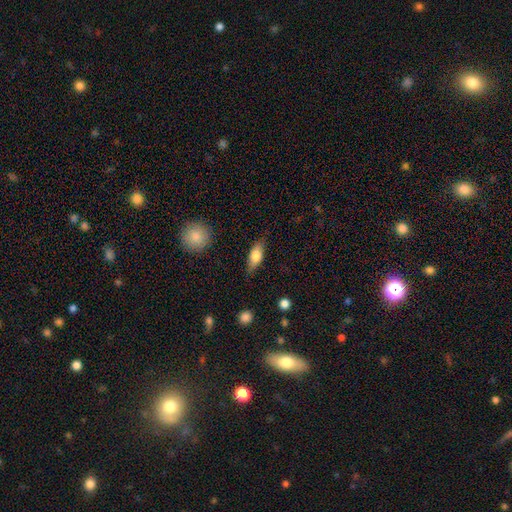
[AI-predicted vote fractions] Overall: smooth (70%). How rounded: in between (76%). Merging: none (78%).